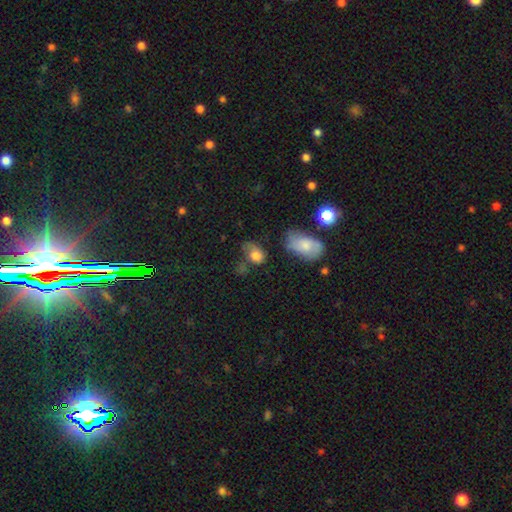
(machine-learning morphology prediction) A smooth galaxy with no disk features (75%) that is in between round and cigar-shaped (65%). Merging: none (36%).